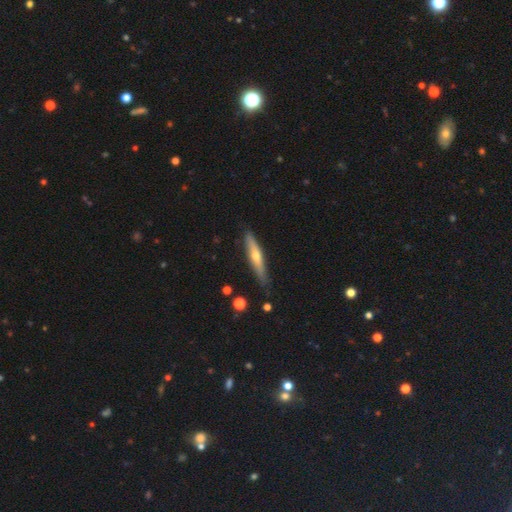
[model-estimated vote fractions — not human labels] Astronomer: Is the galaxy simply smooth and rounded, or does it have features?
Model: featured or disk — 56% (runner-up: smooth, 38%).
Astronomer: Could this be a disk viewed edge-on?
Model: yes — 92%.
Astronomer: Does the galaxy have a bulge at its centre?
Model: rounded — 83%.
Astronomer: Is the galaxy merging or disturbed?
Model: none — 84%.